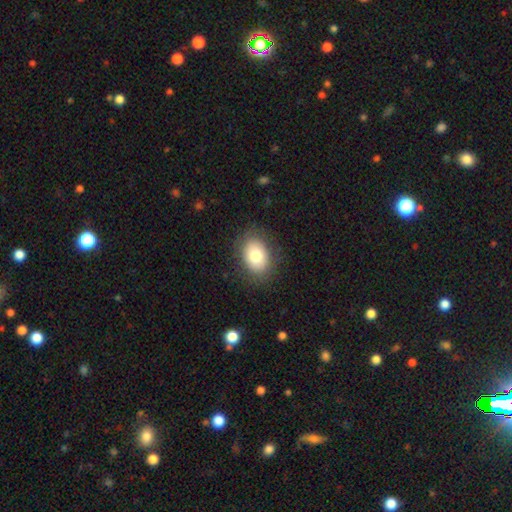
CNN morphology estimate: Smooth or featured? Predicted: smooth (p=0.77). How rounded? Predicted: in between (p=0.73). Merging? Predicted: none (p=0.84).